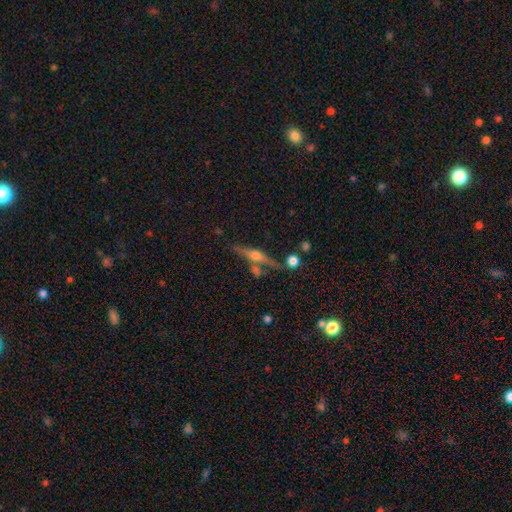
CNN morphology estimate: featured or disk 75%, smooth 17%, star or artifact 8%. Down the decision tree: edge-on disk — yes (96%); edge-on bulge — rounded (90%); merging — none (73%).